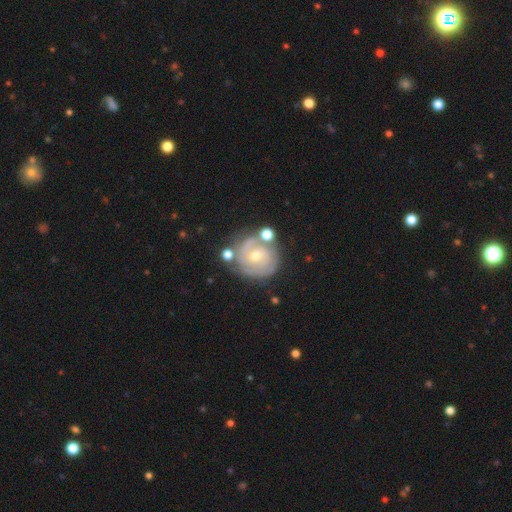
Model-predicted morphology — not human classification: Smooth or featured? Predicted: featured or disk (p=0.83). Edge-on disk? Predicted: no (p=0.98). Bar? Predicted: no (p=0.58). Spiral arms? Predicted: yes (p=0.93). Spiral winding? Predicted: tight (p=0.65). Spiral arm count? Predicted: 2 (p=0.53). Bulge size? Predicted: small (p=0.52). Merging? Predicted: none (p=0.67).